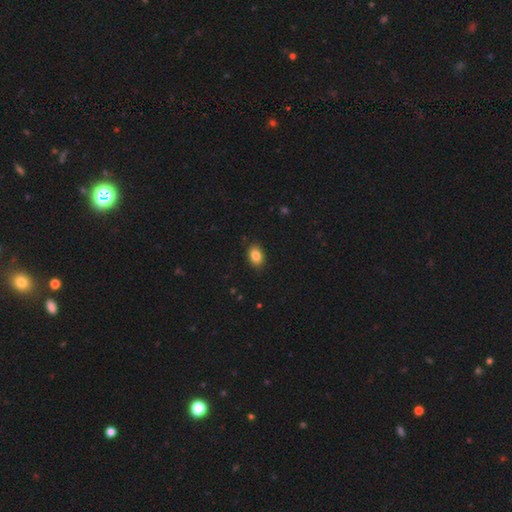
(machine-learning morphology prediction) Smooth or featured: smooth — 86% (star or artifact — 8%)
How rounded: in between — 84% (round — 15%)
Merging: none — 88% (minor disturbance — 9%)